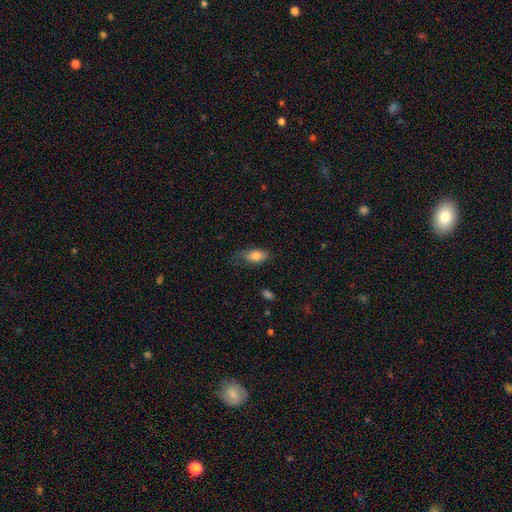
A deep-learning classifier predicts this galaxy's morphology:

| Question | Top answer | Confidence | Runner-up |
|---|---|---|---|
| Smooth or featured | smooth | 81% | featured or disk (12%) |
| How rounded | in between | 87% | cigar-shaped (9%) |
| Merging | none | 58% | minor disturbance (30%) |